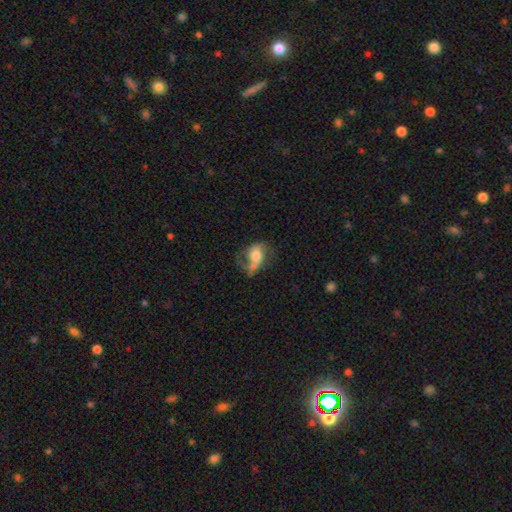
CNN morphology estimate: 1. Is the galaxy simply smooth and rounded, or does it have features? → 62% featured or disk, 30% smooth, 8% star or artifact.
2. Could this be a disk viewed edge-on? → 96% no, 4% yes.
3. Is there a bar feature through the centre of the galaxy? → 56% no, 33% weak, 11% strong.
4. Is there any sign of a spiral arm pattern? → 84% yes, 16% no.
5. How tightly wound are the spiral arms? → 57% loose, 33% medium, 10% tight.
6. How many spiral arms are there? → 51% 2, 41% 1, 5% can't tell, 1% 3, 1% 4, 1% more than 4.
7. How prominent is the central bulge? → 51% moderate, 21% small, 20% large, 5% none, 3% dominant.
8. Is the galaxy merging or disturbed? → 40% none, 34% major disturbance, 22% minor disturbance, 4% merger.